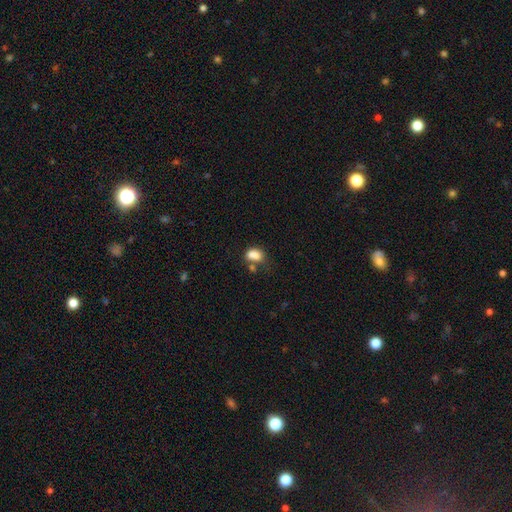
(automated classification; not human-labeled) This appears to be a smooth galaxy with no disk features (80%) that is in between round and cigar-shaped (78%). Merging: none (36%).